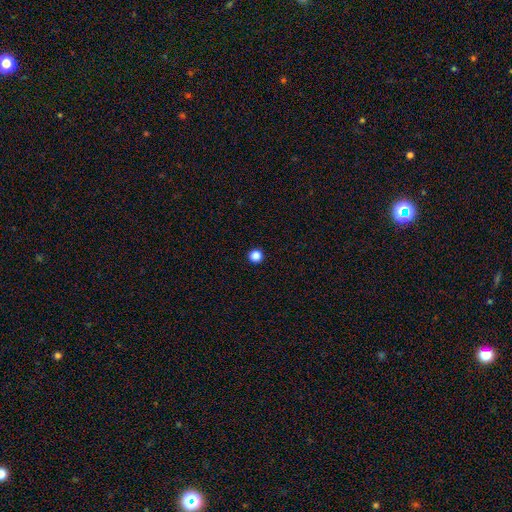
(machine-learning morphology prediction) Smooth or featured? Predicted: smooth (p=0.86). How rounded? Predicted: round (p=0.97). Merging? Predicted: none (p=0.94).